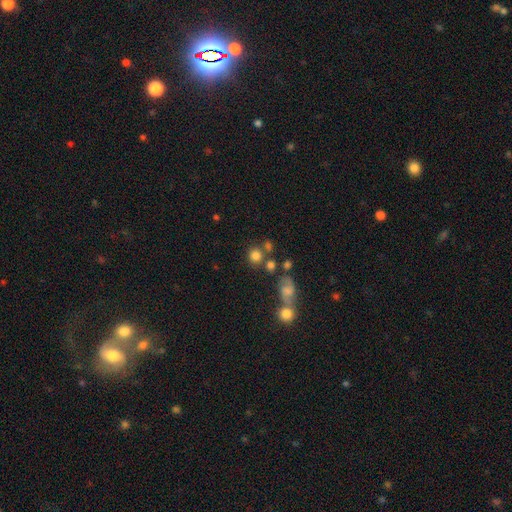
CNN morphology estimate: Q: Smooth or featured?
A: smooth (77%); runner-up: star or artifact (13%)
Q: How rounded?
A: round (87%); runner-up: in between (12%)
Q: Merging?
A: none (64%); runner-up: merger (20%)